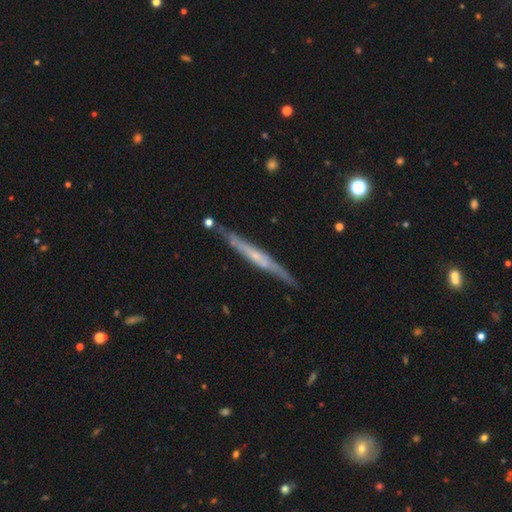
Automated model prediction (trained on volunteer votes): This is likely a featured or disk galaxy (66%). It is clearly viewed edge-on (94%). Edge-on bulge: possibly none (60%). Merging: clearly none (82%).